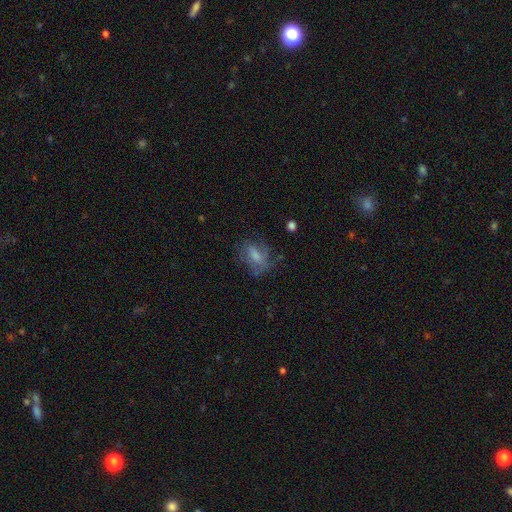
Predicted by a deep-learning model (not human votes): Morphology: type=smooth (53%); roundness=in between (80%); merging=none (53%).